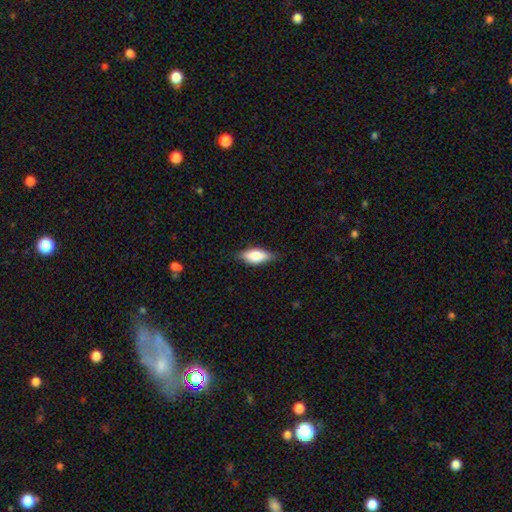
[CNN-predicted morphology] A smooth galaxy with no disk features (76%) that is in between round and cigar-shaped (80%).

Vote fractions:
- Smooth or featured? smooth: 76% / featured or disk: 17% / star or artifact: 6%
- How rounded? in between: 80% / cigar-shaped: 17% / round: 3%
- Merging? none: 80% / minor disturbance: 15% / major disturbance: 3% / merger: 1%